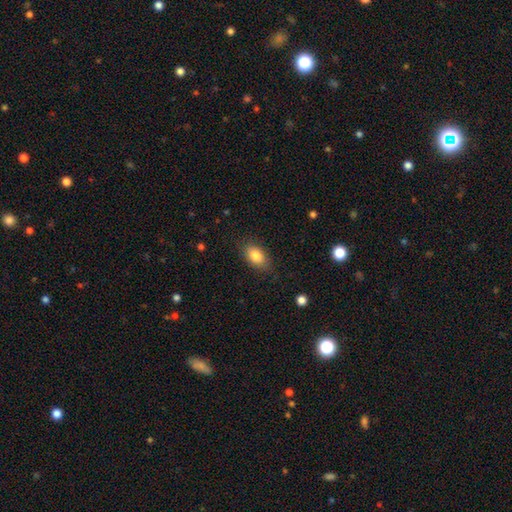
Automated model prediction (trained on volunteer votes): Smooth or featured?
  - smooth: 83% *
  - featured or disk: 10%
  - star or artifact: 8%
How rounded?
  - in between: 89% *
  - round: 8%
  - cigar-shaped: 2%
Merging?
  - none: 82% *
  - minor disturbance: 14%
  - major disturbance: 3%
  - merger: 1%